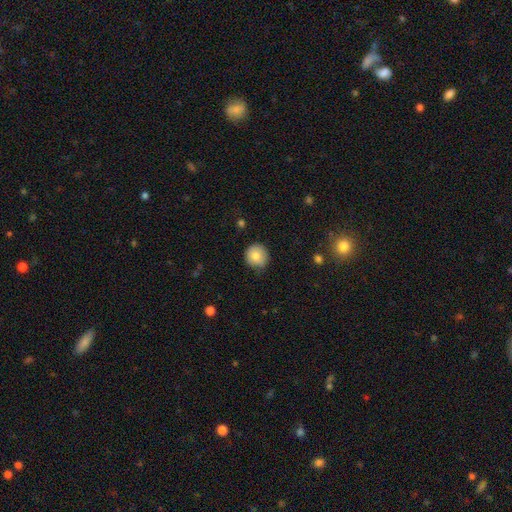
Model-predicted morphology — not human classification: This appears to be a smooth galaxy with no disk features (78%) that is round (94%). Merging: none (78%).